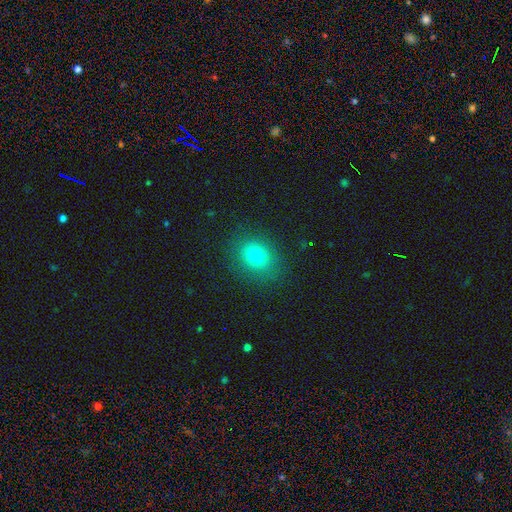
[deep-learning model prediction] Smooth or featured: smooth — 77% (star or artifact — 14%)
How rounded: round — 64% (in between — 35%)
Merging: none — 86% (minor disturbance — 10%)